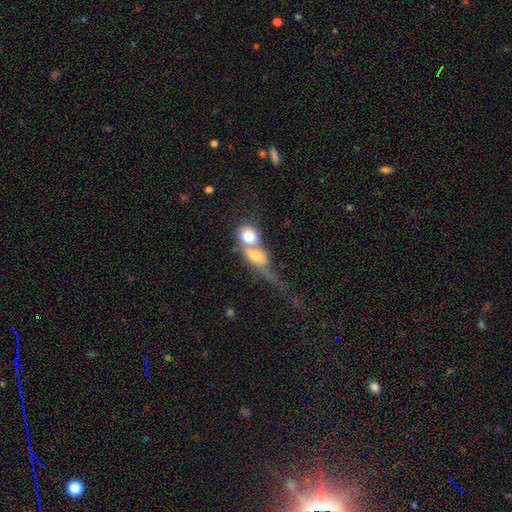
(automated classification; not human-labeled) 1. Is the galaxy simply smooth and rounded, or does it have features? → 59% smooth, 32% featured or disk, 9% star or artifact.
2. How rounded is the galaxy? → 47% in between, 41% round, 12% cigar-shaped.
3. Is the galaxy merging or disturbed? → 72% merger, 13% none, 9% major disturbance, 6% minor disturbance.